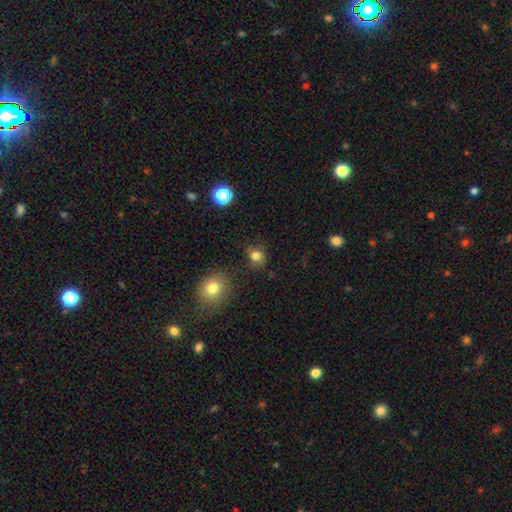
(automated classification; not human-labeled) Smooth or featured?
  - smooth: 79% *
  - star or artifact: 14%
  - featured or disk: 7%
How rounded?
  - round: 71% *
  - in between: 28%
  - cigar-shaped: 1%
Merging?
  - none: 70% *
  - minor disturbance: 18%
  - major disturbance: 6%
  - merger: 5%